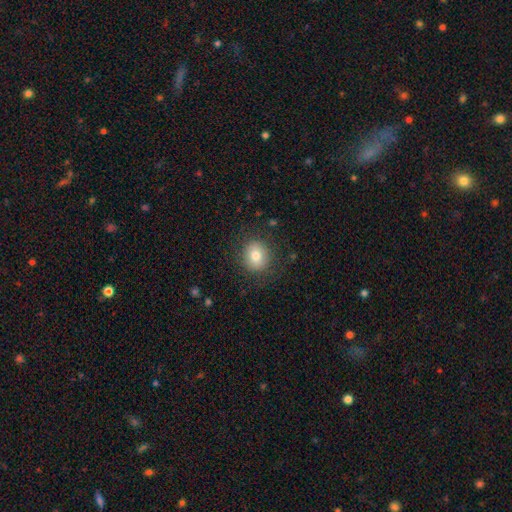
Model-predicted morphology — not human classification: Smooth or featured? Predicted: smooth (p=0.79). How rounded? Predicted: round (p=0.80). Merging? Predicted: none (p=0.85).